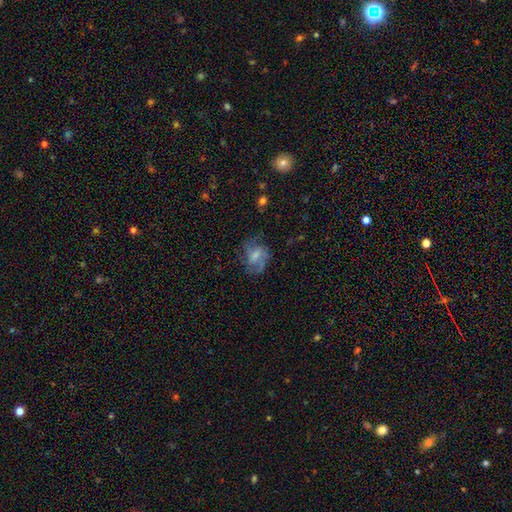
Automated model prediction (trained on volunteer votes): This appears to be a featured or disk galaxy (50%). Merging: none (48%).